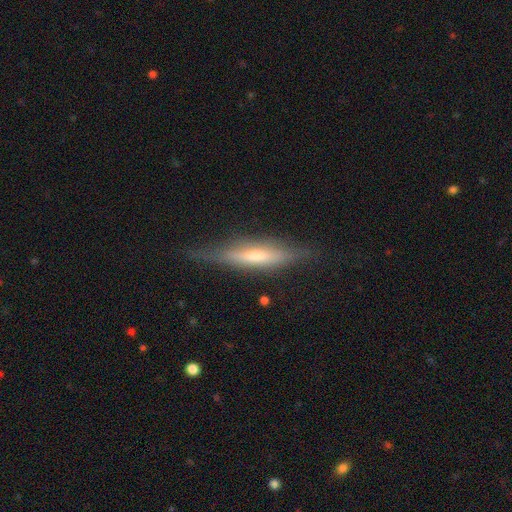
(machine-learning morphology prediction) This is possibly a featured or disk galaxy (59%). It is clearly viewed edge-on (91%). Edge-on bulge: likely rounded (64%). Merging: likely none (76%).